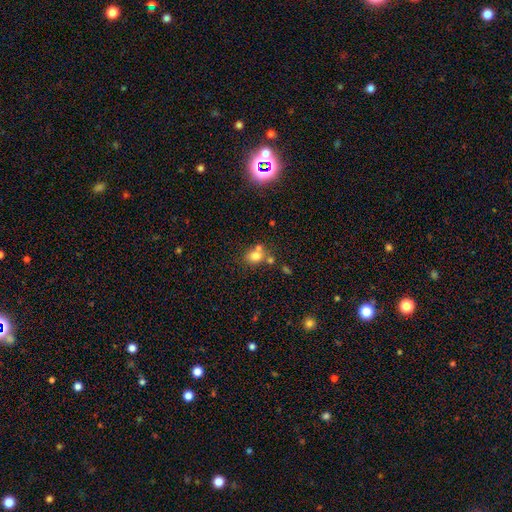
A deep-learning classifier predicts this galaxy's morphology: This appears to be a smooth galaxy with no disk features (75%) that is round (60%). Merging: none (50%).